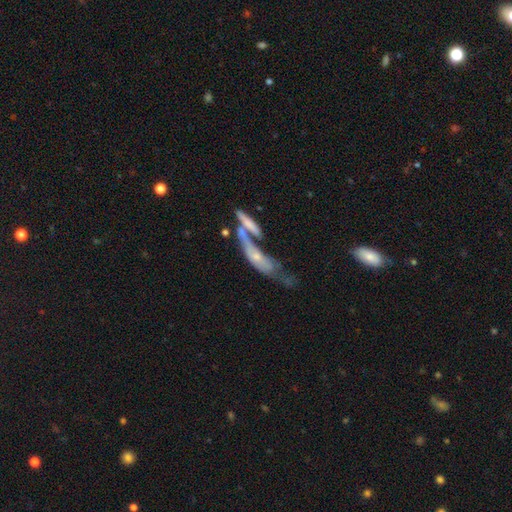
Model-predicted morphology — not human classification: This is possibly a featured or disk galaxy (53%). It is likely not viewed edge-on (61%). Merging: possibly merger (54%).